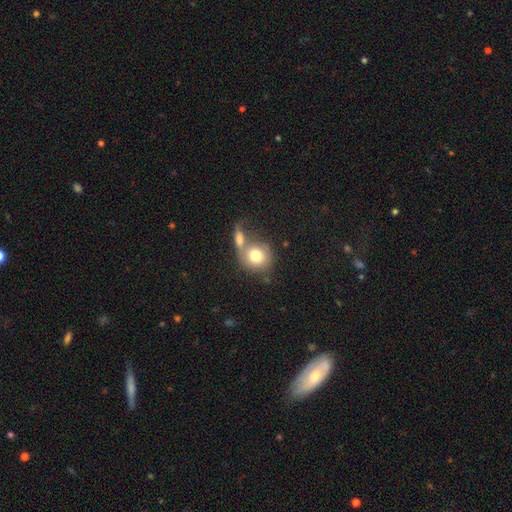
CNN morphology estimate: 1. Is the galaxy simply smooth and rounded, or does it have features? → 75% smooth, 17% featured or disk, 8% star or artifact.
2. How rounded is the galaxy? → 79% round, 19% in between, 1% cigar-shaped.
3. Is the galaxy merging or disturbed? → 46% merger, 38% none, 10% minor disturbance, 6% major disturbance.